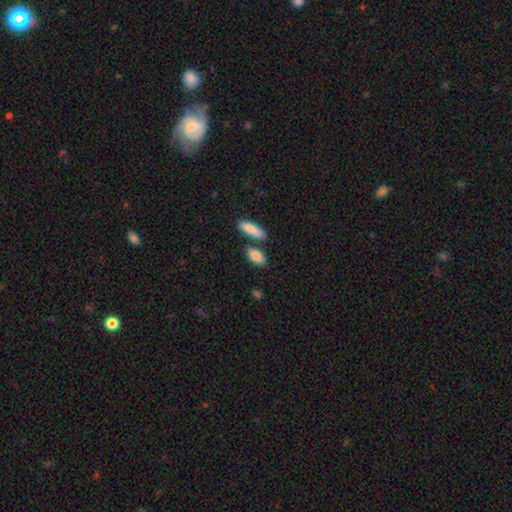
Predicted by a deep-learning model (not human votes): Q: Smooth or featured?
A: smooth (86%); runner-up: featured or disk (7%)
Q: How rounded?
A: in between (80%); runner-up: cigar-shaped (16%)
Q: Merging?
A: none (65%); runner-up: merger (19%)